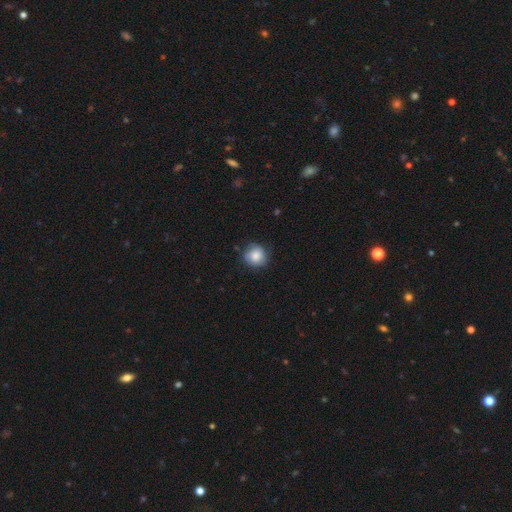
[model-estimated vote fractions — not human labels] This appears to be a smooth galaxy with no disk features (80%) that is round (89%). Merging: none (75%).